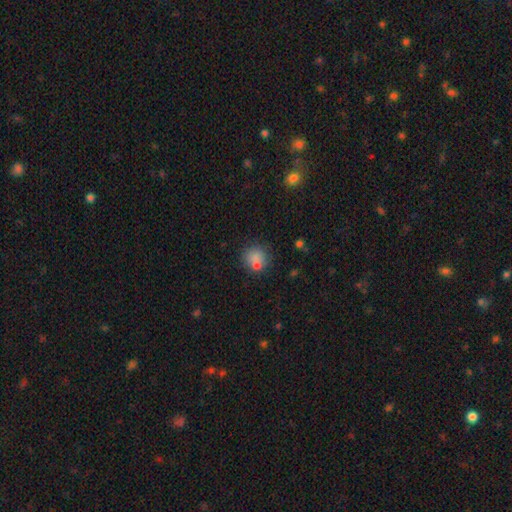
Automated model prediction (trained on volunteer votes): Overall: smooth (78%). How rounded: round (85%). Merging: none (62%).